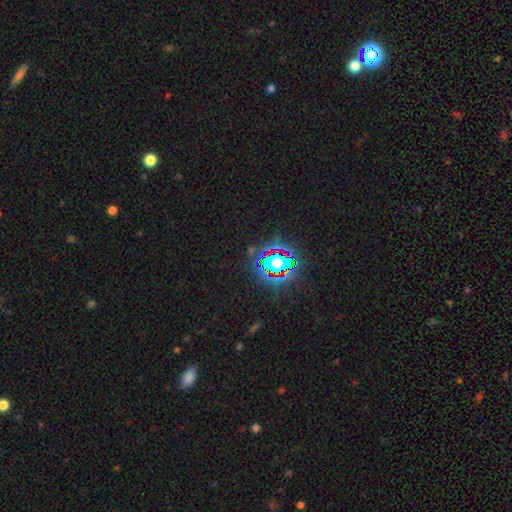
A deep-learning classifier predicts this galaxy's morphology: type=star or artifact (81%).